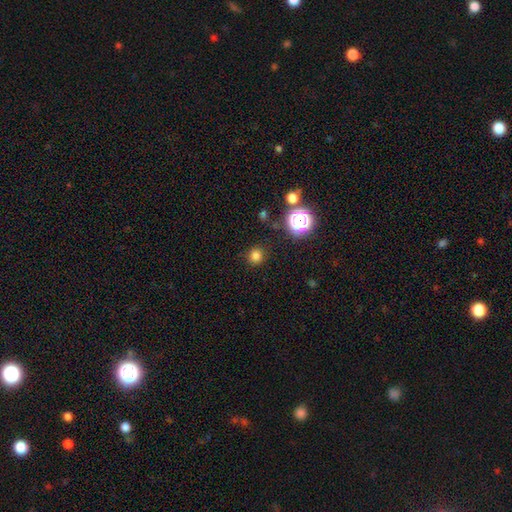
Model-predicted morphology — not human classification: This appears to be a smooth galaxy with no disk features (78%) that is round (92%). Merging: none (88%).